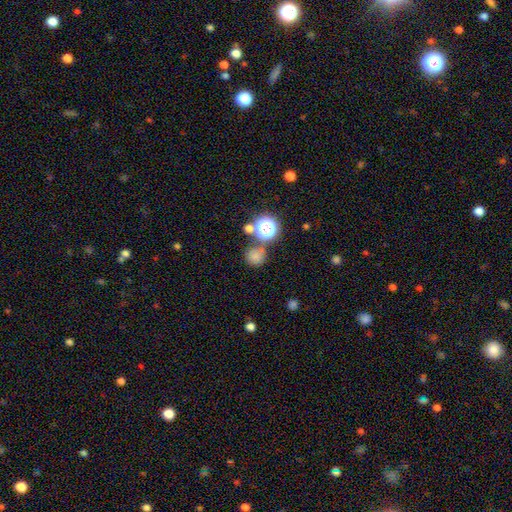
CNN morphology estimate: This appears to be a smooth galaxy with no disk features (73%) that is round (90%). Merging: none (67%).